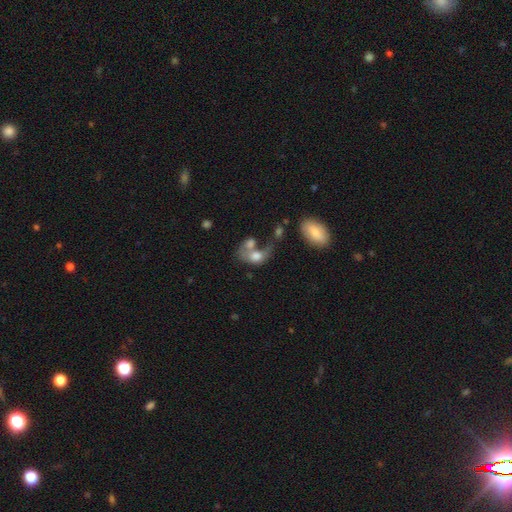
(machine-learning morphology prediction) smooth_or_featured: smooth (p=0.64) [alt: featured or disk p=0.26]
how_rounded: in between (p=0.73) [alt: round p=0.25]
merging: merger (p=0.58) [alt: major disturbance p=0.20]